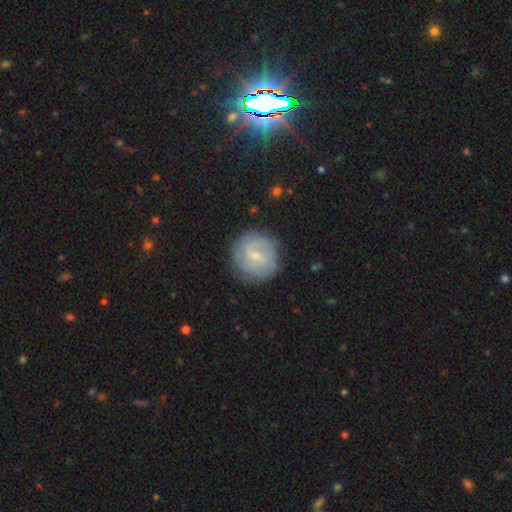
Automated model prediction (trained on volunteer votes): The model was most divided on "smooth or featured": featured or disk: 54%, smooth: 39%, star or artifact: 7%. More confident: edge-on disk — no (97%); merging — none (82%); spiral arms — yes (80%); bulge size — small (75%); bar — weak (54%).